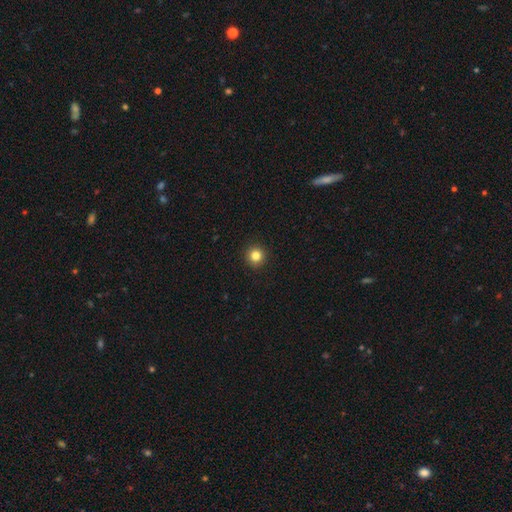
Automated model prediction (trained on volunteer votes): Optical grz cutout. It shows a smooth galaxy with no disk features (83%) that is round (95%). Merging: none (93%).